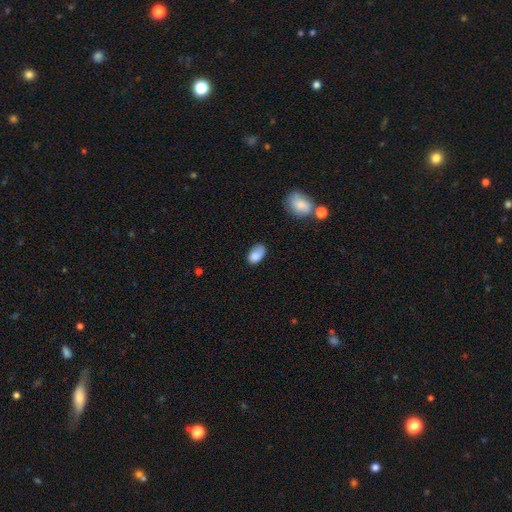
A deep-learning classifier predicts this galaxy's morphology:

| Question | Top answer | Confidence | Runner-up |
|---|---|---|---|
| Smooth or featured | smooth | 80% | featured or disk (11%) |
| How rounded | in between | 91% | round (8%) |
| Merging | none | 53% | minor disturbance (33%) |